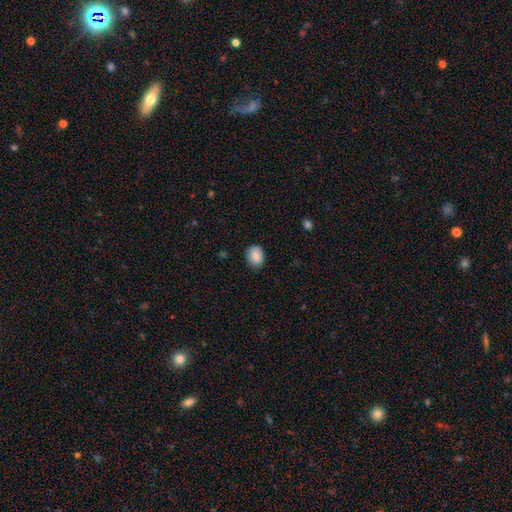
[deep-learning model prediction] Smooth or featured? smooth (87%)
How rounded? in between (62%)
Merging? none (84%)